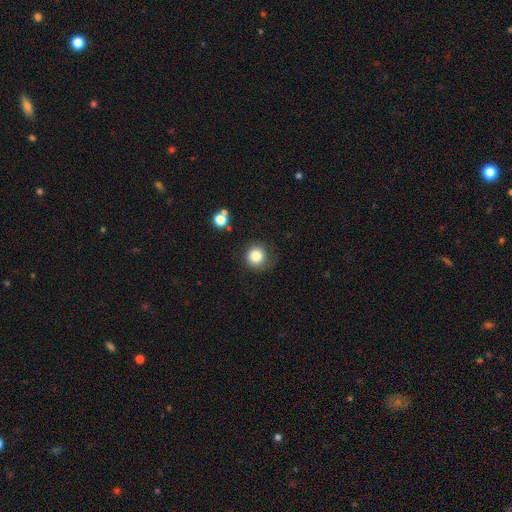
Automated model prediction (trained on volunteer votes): Smooth or featured? smooth (83%)
How rounded? round (92%)
Merging? none (77%)